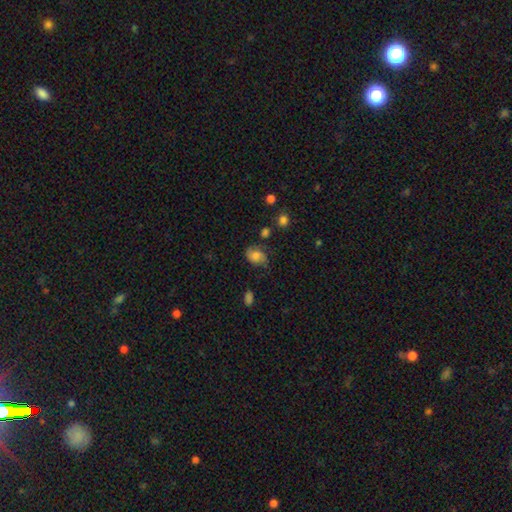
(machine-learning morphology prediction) type=smooth (59%); roundness=in between (64%); merging=none (57%).